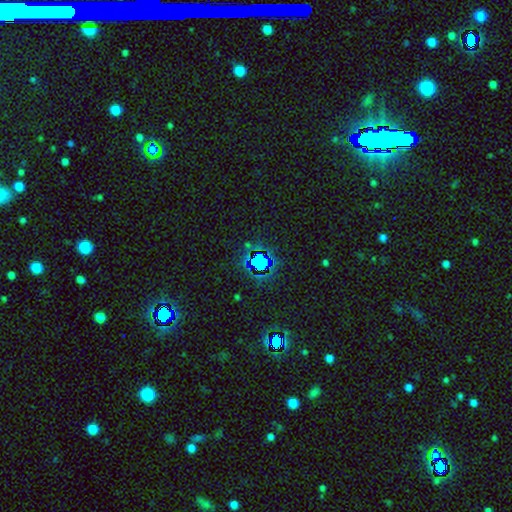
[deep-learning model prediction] Overall: star or artifact (71%).